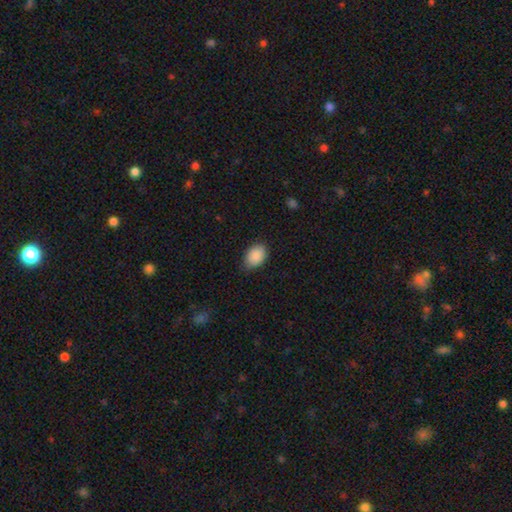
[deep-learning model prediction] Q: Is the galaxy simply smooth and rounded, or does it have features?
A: smooth — 90%.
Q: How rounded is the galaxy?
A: in between — 84%.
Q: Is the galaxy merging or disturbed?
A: none — 78%.